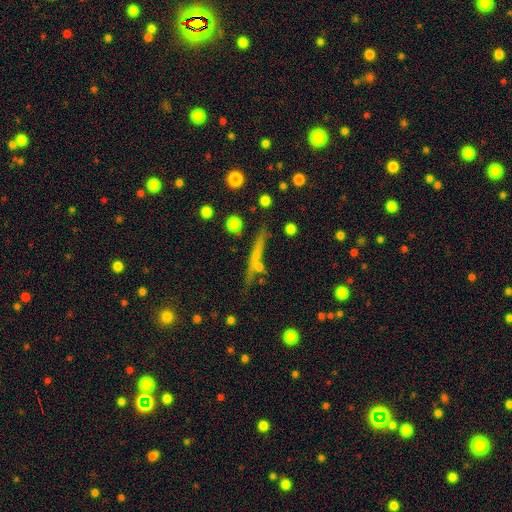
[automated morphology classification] Smooth or featured? Predicted: star or artifact (p=0.37).